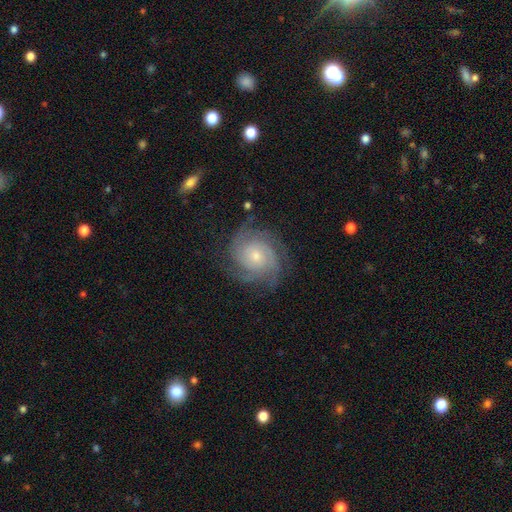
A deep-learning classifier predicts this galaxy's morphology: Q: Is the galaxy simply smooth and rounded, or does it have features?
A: featured or disk — 86%.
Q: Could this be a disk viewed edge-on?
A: no — 98%.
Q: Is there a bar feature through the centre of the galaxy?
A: no — 76%.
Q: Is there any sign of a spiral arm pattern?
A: yes — 97%.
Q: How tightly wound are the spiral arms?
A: tight — 66%.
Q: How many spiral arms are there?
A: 3 — 34%.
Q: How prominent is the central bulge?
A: small — 58%.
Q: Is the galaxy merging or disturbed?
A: none — 77%.